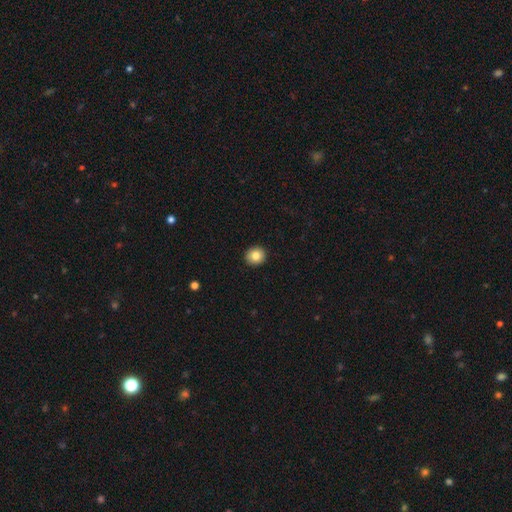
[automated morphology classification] Smooth or featured?
  - smooth: 83% *
  - star or artifact: 9%
  - featured or disk: 8%
How rounded?
  - round: 86% *
  - in between: 13%
  - cigar-shaped: 1%
Merging?
  - none: 93% *
  - minor disturbance: 5%
  - major disturbance: 1%
  - merger: 1%